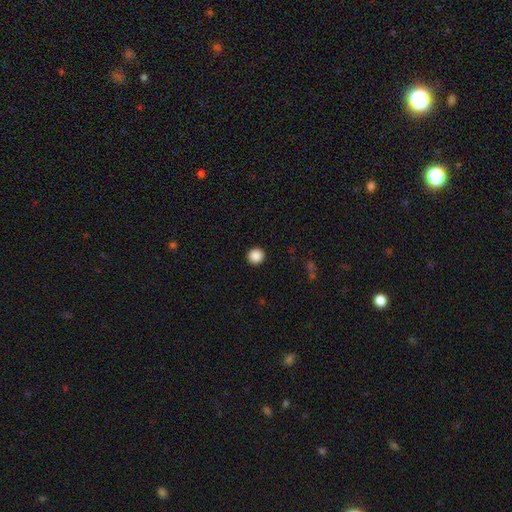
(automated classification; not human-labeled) The model was most divided on "smooth or featured": smooth: 88%, star or artifact: 9%, featured or disk: 3%. More confident: how rounded — round (94%); merging — none (93%).